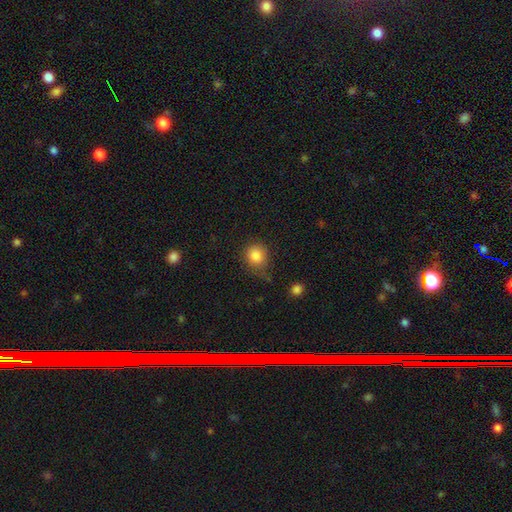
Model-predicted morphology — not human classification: This appears to be a smooth galaxy with no disk features (84%) that is round (81%). Merging: none (67%).